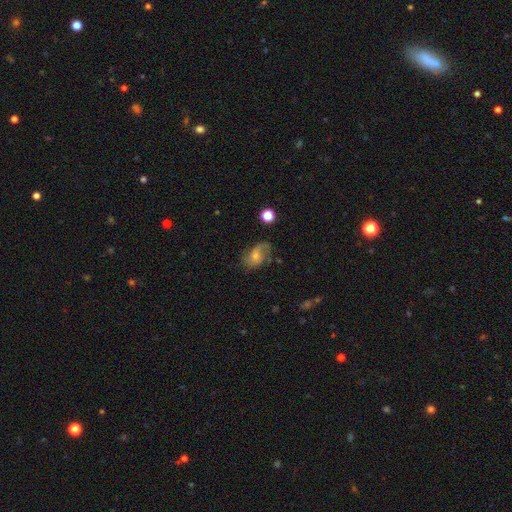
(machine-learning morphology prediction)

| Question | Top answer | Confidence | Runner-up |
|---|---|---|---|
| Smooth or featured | featured or disk | 59% | smooth (29%) |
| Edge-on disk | no | 96% | yes (4%) |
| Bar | no | 64% | weak (31%) |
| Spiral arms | yes | 87% | no (13%) |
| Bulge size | small | 47% | moderate (44%) |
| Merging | none | 63% | minor disturbance (23%) |